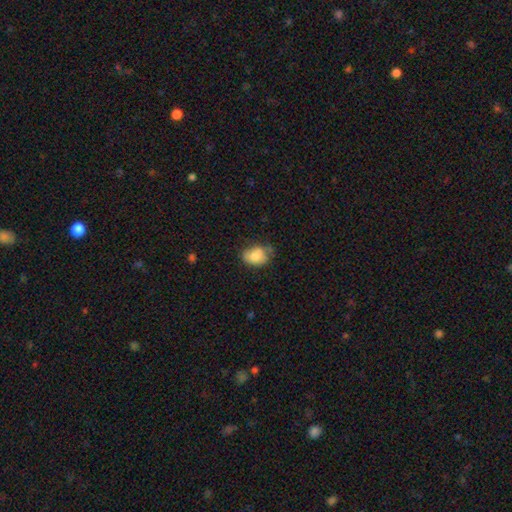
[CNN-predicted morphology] Smooth or featured? Predicted: smooth (p=0.80). How rounded? Predicted: in between (p=0.74). Merging? Predicted: none (p=0.55).